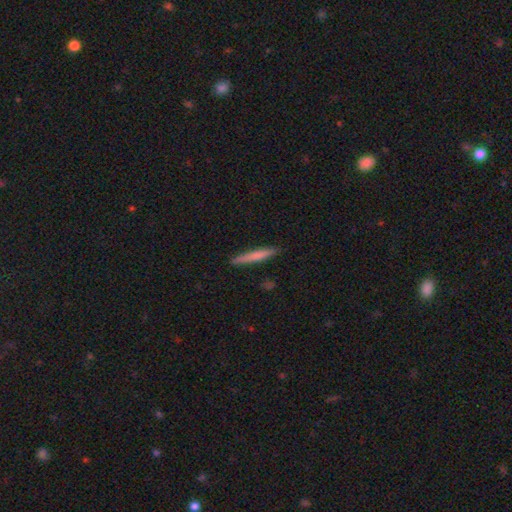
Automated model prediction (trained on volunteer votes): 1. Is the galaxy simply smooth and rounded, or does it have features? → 71% smooth, 24% featured or disk, 6% star or artifact.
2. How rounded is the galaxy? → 95% cigar-shaped, 3% in between, 1% round.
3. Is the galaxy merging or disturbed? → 90% none, 8% minor disturbance, 1% major disturbance, 1% merger.